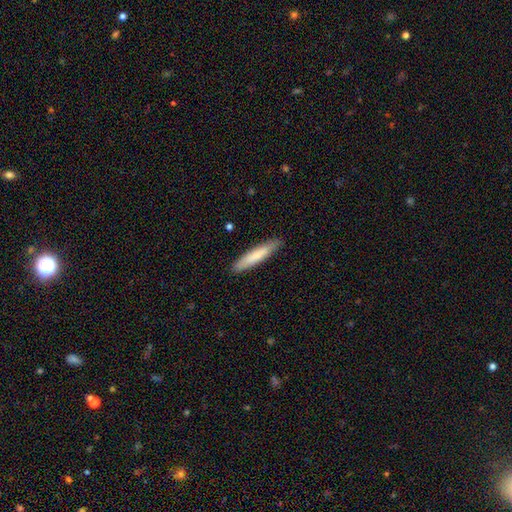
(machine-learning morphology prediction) Smooth or featured?
  - smooth: 76% *
  - featured or disk: 19%
  - star or artifact: 5%
How rounded?
  - cigar-shaped: 90% *
  - in between: 9%
  - round: 1%
Merging?
  - none: 89% *
  - minor disturbance: 8%
  - major disturbance: 1%
  - merger: 1%